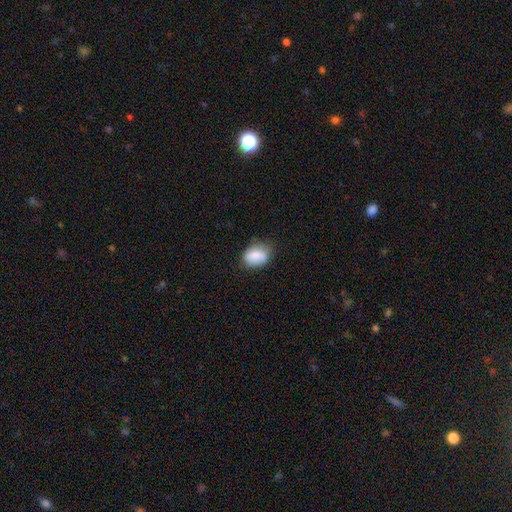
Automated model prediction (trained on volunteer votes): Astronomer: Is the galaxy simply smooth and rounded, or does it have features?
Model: smooth — 79%.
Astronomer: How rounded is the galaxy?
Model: in between — 66%.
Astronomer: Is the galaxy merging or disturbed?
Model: none — 64%.